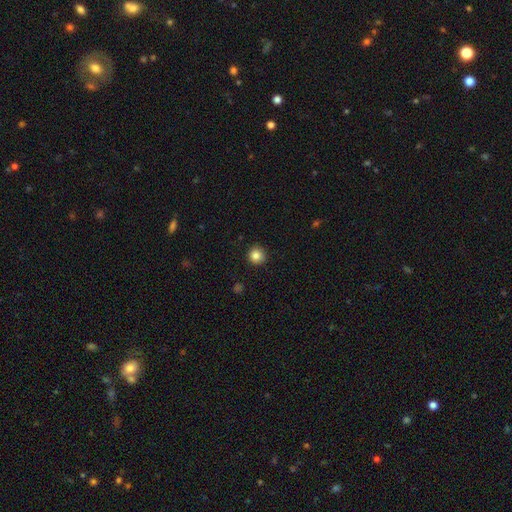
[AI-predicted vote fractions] Overall: smooth (85%). How rounded: round (94%). Merging: none (92%).